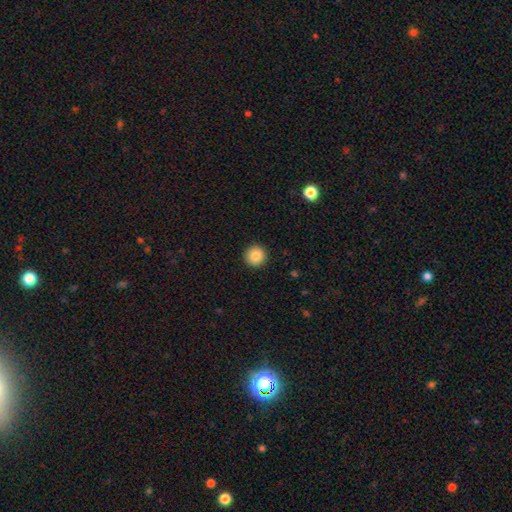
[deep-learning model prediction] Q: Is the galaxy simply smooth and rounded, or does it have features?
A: smooth — 87%.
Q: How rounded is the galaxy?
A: round — 95%.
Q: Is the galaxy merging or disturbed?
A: none — 92%.